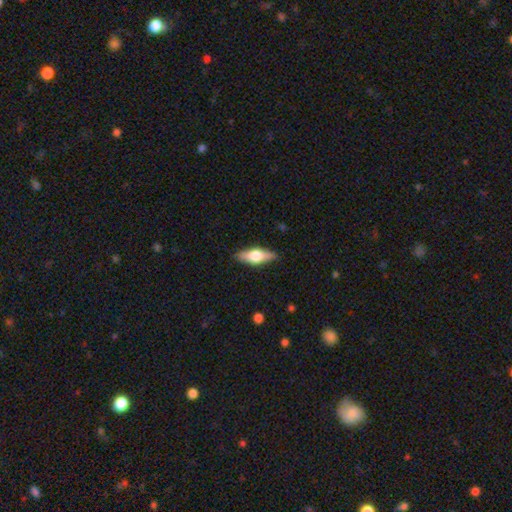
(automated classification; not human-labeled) smooth_or_featured: smooth (p=0.48) [alt: featured or disk p=0.45]
merging: none (p=0.86) [alt: minor disturbance p=0.11]